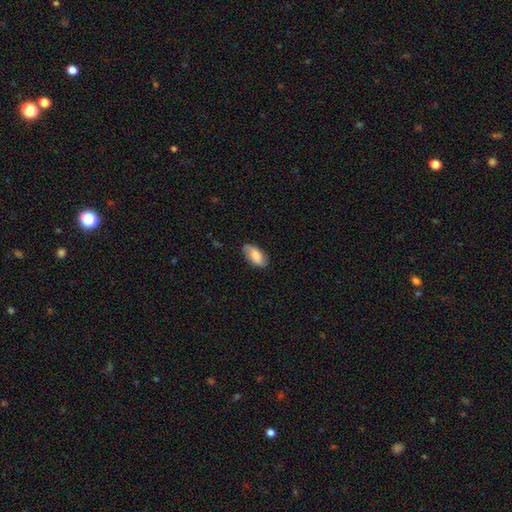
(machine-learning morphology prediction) smooth_or_featured: smooth (p=0.71) [alt: featured or disk p=0.22]
how_rounded: in between (p=0.92) [alt: cigar-shaped p=0.05]
merging: none (p=0.79) [alt: minor disturbance p=0.16]